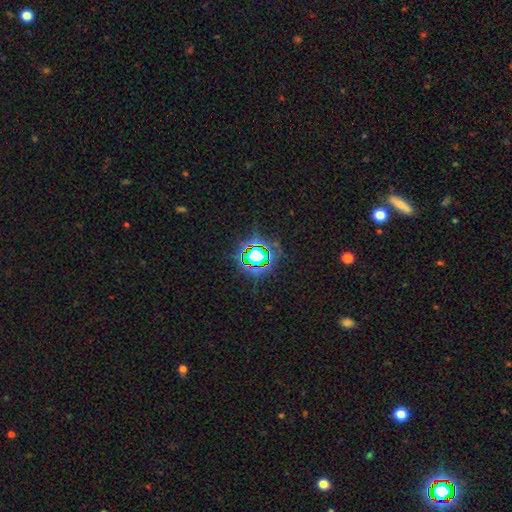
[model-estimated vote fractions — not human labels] This is likely a star or artifact rather than a galaxy (68%).